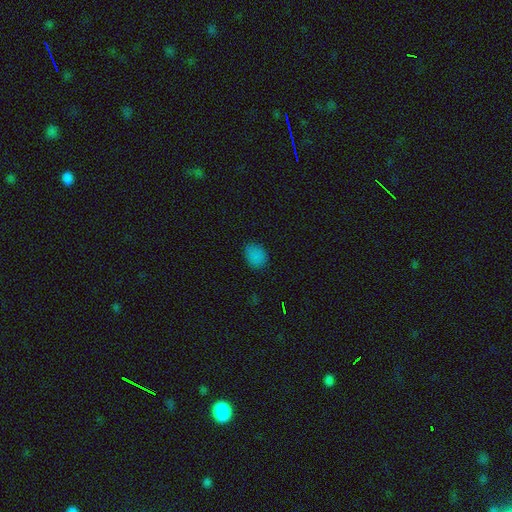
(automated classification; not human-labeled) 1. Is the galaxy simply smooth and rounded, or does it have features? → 81% smooth, 15% star or artifact, 4% featured or disk.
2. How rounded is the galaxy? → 62% in between, 37% round, 1% cigar-shaped.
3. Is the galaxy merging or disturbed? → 81% none, 15% minor disturbance, 3% major disturbance, 1% merger.